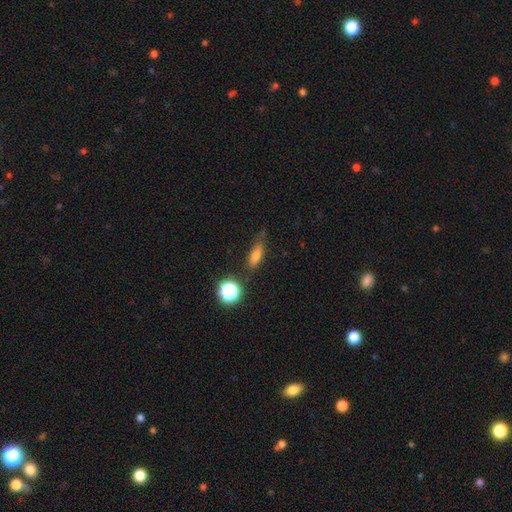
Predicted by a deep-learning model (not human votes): Smooth or featured? Predicted: smooth (p=0.71). How rounded? Predicted: in between (p=0.57). Merging? Predicted: none (p=0.60).